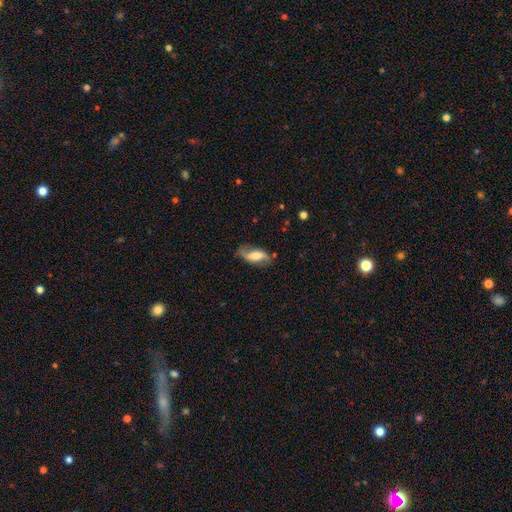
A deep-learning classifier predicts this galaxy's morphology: Smooth or featured? Predicted: featured or disk (p=0.54). Edge-on disk? Predicted: no (p=0.88). Merging? Predicted: none (p=0.64).